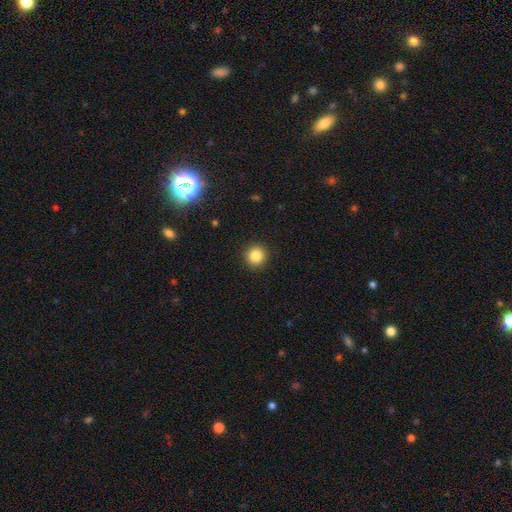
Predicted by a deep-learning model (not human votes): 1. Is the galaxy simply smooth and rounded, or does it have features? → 84% smooth, 11% star or artifact, 5% featured or disk.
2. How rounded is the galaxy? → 94% round, 5% in between, 1% cigar-shaped.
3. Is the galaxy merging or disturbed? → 92% none, 5% minor disturbance, 2% major disturbance, 1% merger.